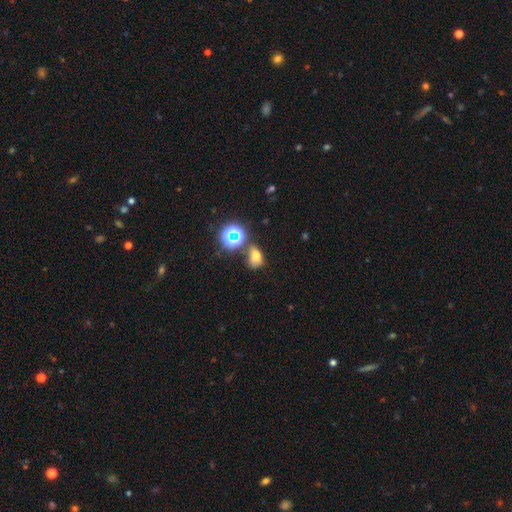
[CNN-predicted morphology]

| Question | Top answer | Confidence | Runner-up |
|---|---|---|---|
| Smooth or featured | smooth | 63% | star or artifact (26%) |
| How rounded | in between | 73% | round (26%) |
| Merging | none | 58% | minor disturbance (20%) |